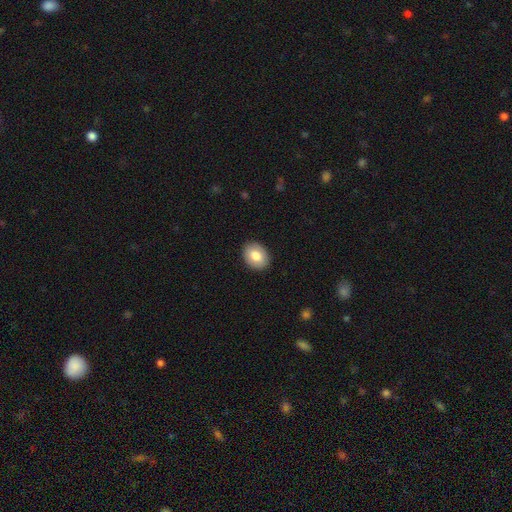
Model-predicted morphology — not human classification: Smooth or featured: smooth — 82% (featured or disk — 11%)
How rounded: in between — 69% (round — 30%)
Merging: none — 90% (minor disturbance — 7%)